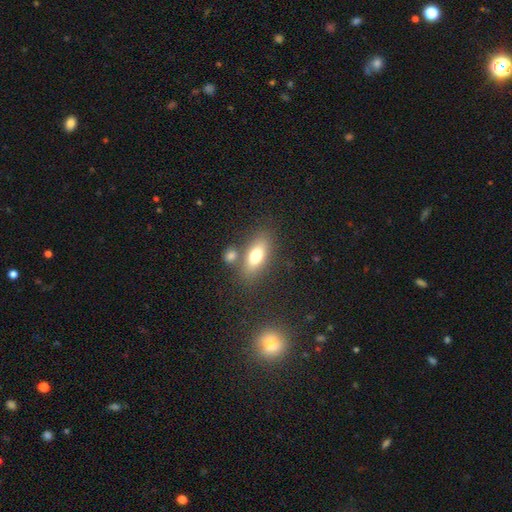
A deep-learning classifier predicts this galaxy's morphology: This appears to be a smooth galaxy with no disk features (73%) that is in between round and cigar-shaped (75%). Merging: none (69%).